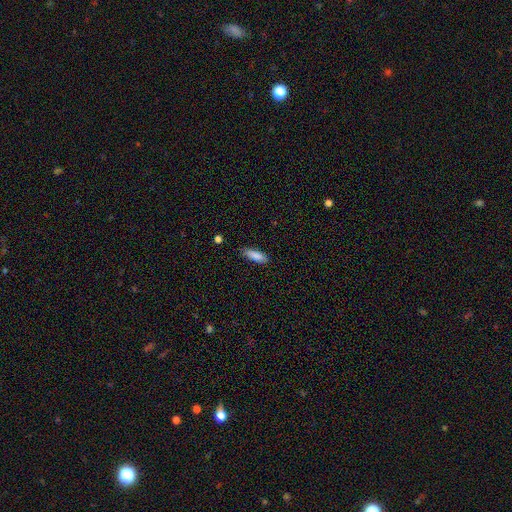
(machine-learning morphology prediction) A smooth galaxy with no disk features (85%) that is in between round and cigar-shaped (52%). Merging: none (83%).